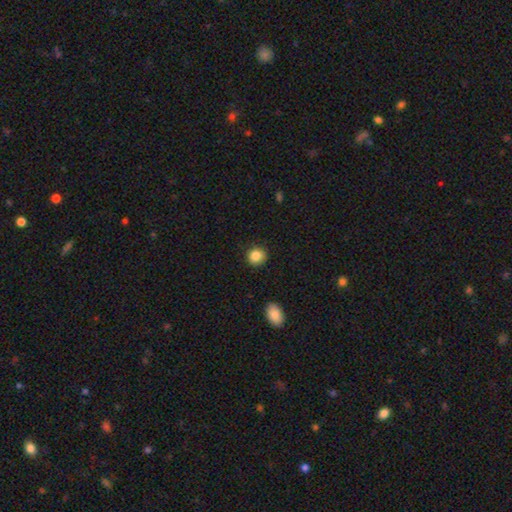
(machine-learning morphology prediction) Q: Smooth or featured?
A: smooth (86%); runner-up: star or artifact (9%)
Q: How rounded?
A: round (88%); runner-up: in between (11%)
Q: Merging?
A: none (89%); runner-up: minor disturbance (8%)